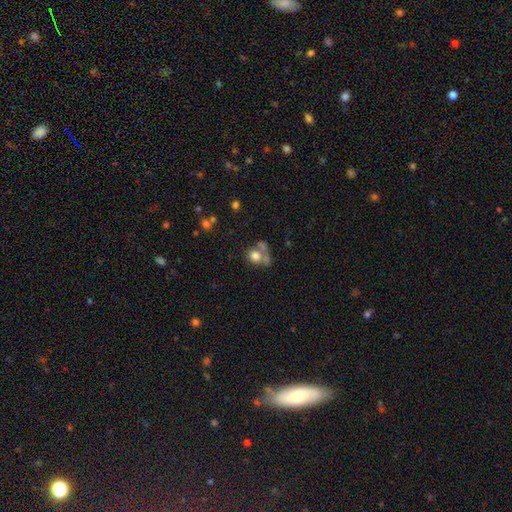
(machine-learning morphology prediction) Overall: smooth (72%). How rounded: round (69%; in between 30%). Merging: merger (39%; none 36%).